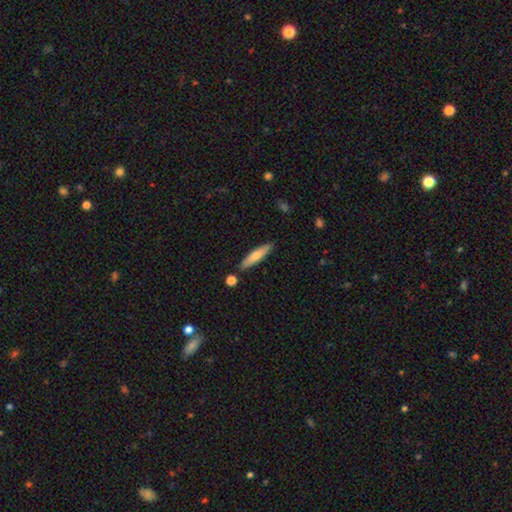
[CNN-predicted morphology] The model was most divided on "smooth or featured": smooth: 66%, featured or disk: 29%, star or artifact: 6%. More confident: how rounded — cigar-shaped (85%); merging — none (84%).